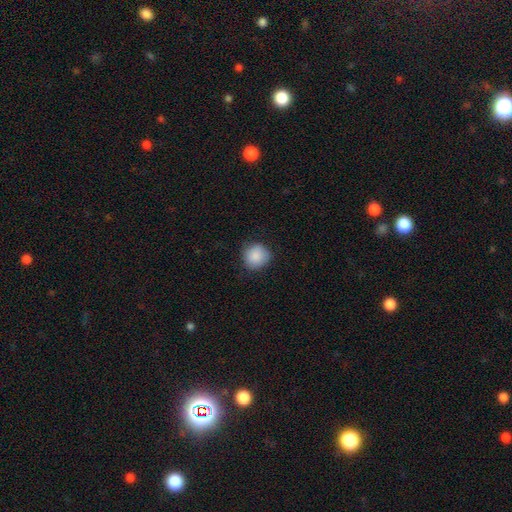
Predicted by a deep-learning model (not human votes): The model was most divided on "merging": none: 80%, minor disturbance: 16%, major disturbance: 3%, merger: 1%. More confident: smooth or featured — smooth (88%); how rounded — round (88%).